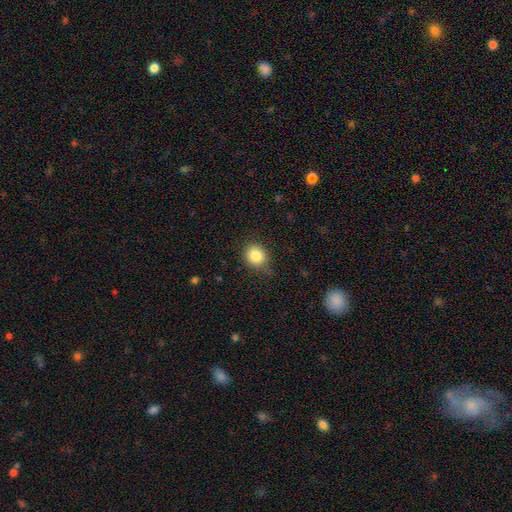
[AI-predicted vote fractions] This is clearly a smooth galaxy (85%). How rounded: likely round (76%). Merging: likely none (78%).